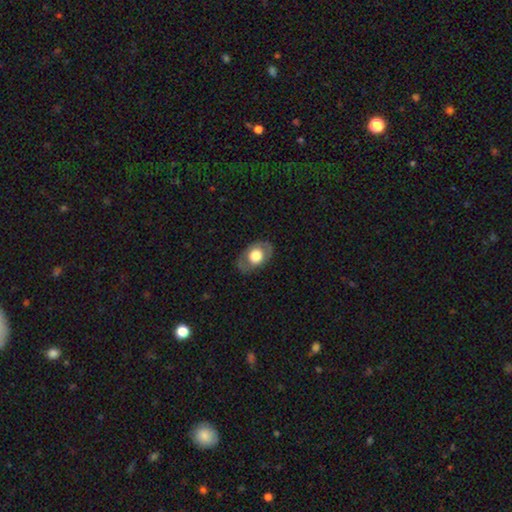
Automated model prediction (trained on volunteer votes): Overall: smooth (55%; featured or disk 38%). How rounded: in between (77%). Merging: none (78%).